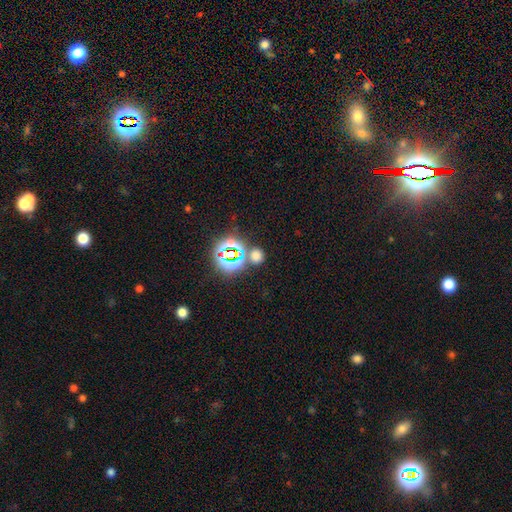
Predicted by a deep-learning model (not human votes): Smooth or featured? Predicted: smooth (p=0.54). How rounded? Predicted: round (p=0.77). Merging? Predicted: none (p=0.74).